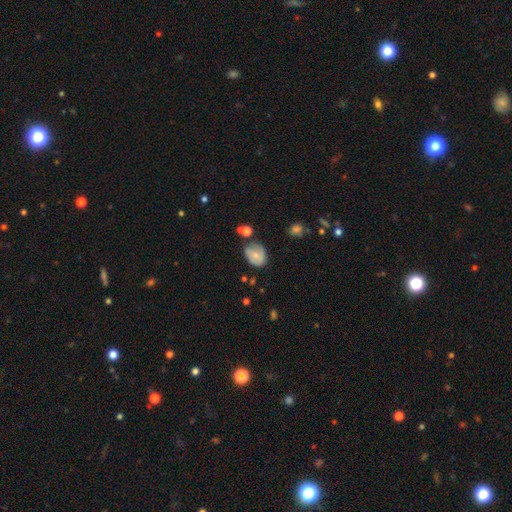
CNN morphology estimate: A smooth galaxy with no disk features (55%) that is in between round and cigar-shaped (55%). Merging: none (55%).